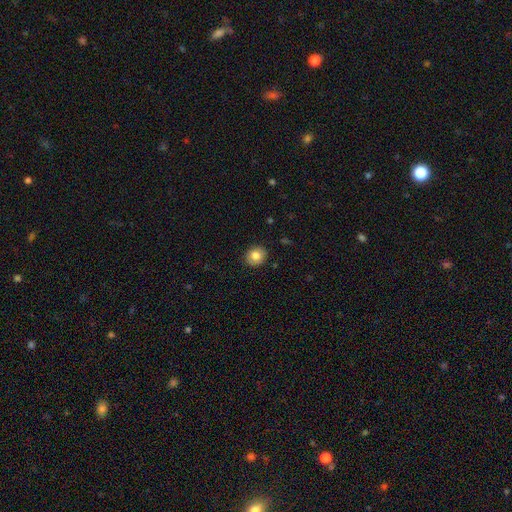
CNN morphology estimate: A smooth galaxy with no disk features (82%) that is round (73%). Merging: none (89%).